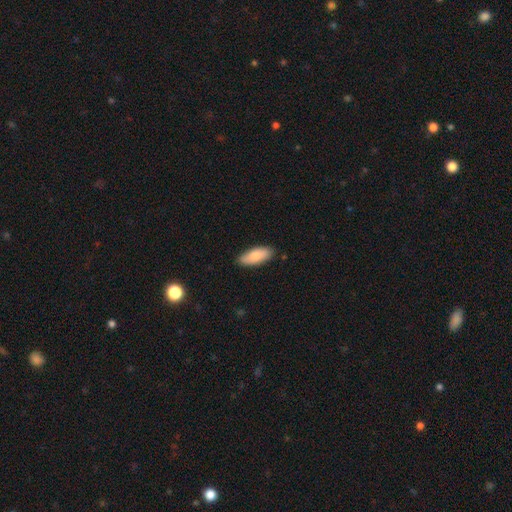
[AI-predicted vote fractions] This appears to be a smooth galaxy with no disk features (82%) that is in between round and cigar-shaped (78%). Merging: none (86%).